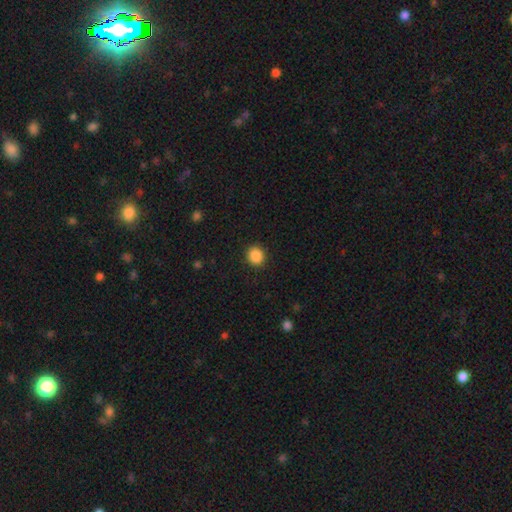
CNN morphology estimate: smooth-or-featured: smooth: 88% | star or artifact: 9% | featured or disk: 3%
  how-rounded: round: 80% | in between: 19% | cigar-shaped: 1%
  merging: none: 91% | minor disturbance: 6% | major disturbance: 2% | merger: 1%